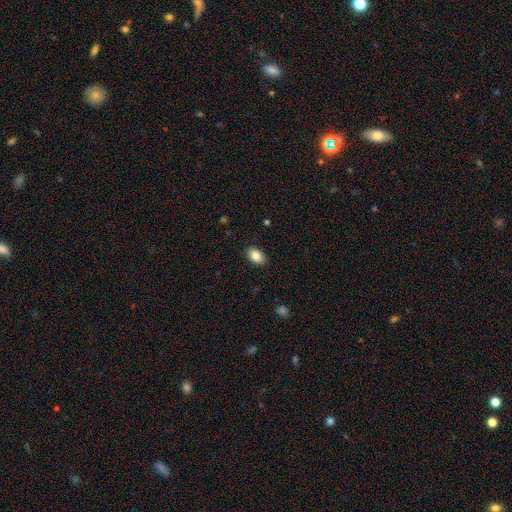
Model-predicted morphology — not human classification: The model was most divided on "smooth or featured": smooth: 85%, star or artifact: 8%, featured or disk: 7%. More confident: how rounded — in between (90%); merging — none (88%).